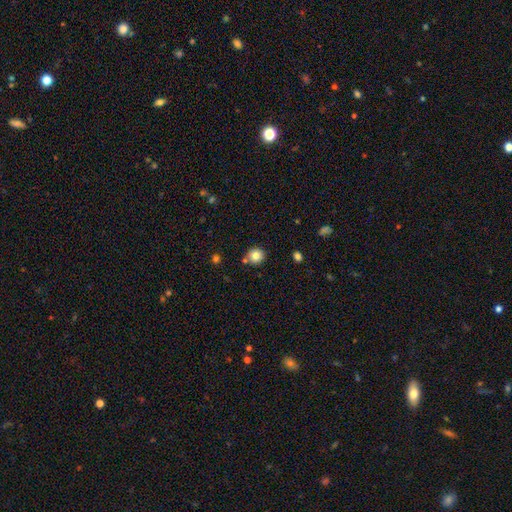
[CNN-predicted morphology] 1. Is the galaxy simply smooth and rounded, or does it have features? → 82% smooth, 11% star or artifact, 8% featured or disk.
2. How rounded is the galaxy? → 90% round, 9% in between, 1% cigar-shaped.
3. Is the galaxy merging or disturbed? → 79% none, 10% minor disturbance, 9% merger, 2% major disturbance.